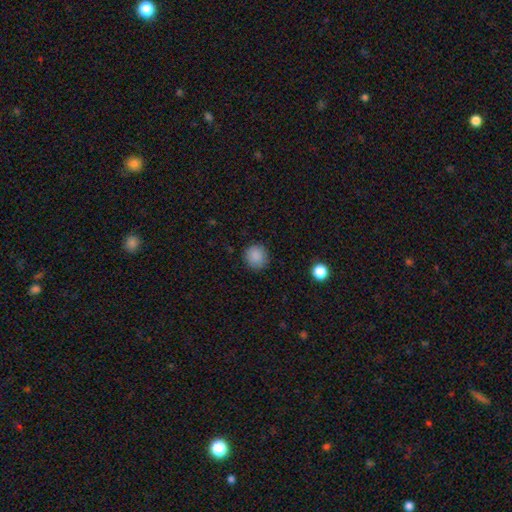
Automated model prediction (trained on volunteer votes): Q: Smooth or featured?
A: smooth (87%); runner-up: star or artifact (9%)
Q: How rounded?
A: round (91%); runner-up: in between (8%)
Q: Merging?
A: none (88%); runner-up: minor disturbance (9%)